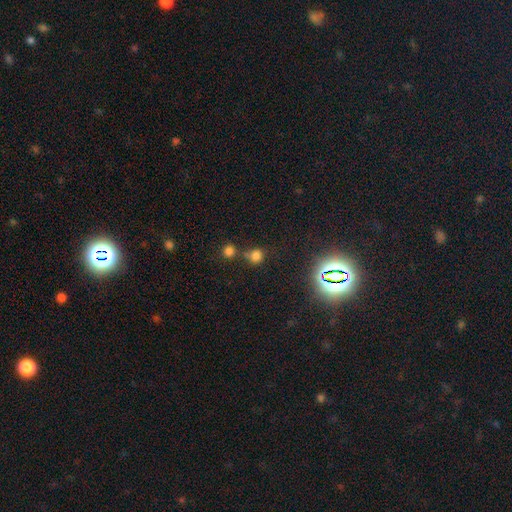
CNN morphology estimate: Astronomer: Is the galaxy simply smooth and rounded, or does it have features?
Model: smooth — 71%.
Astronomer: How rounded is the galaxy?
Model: round — 87%.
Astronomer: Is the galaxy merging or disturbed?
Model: none — 60%.